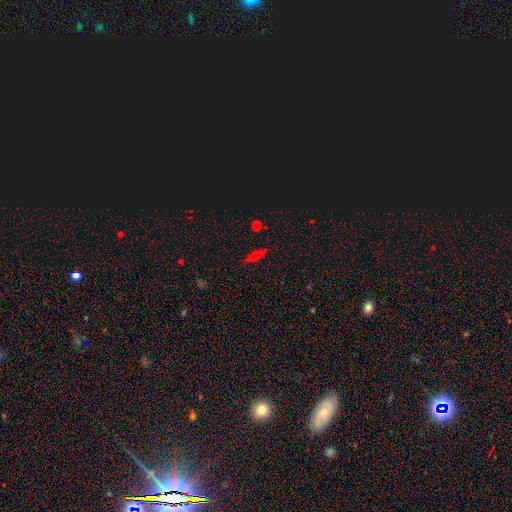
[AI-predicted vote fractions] Smooth or featured: smooth — 50% (featured or disk — 35%)
How rounded: cigar-shaped — 59% (in between — 36%)
Merging: none — 87% (minor disturbance — 10%)